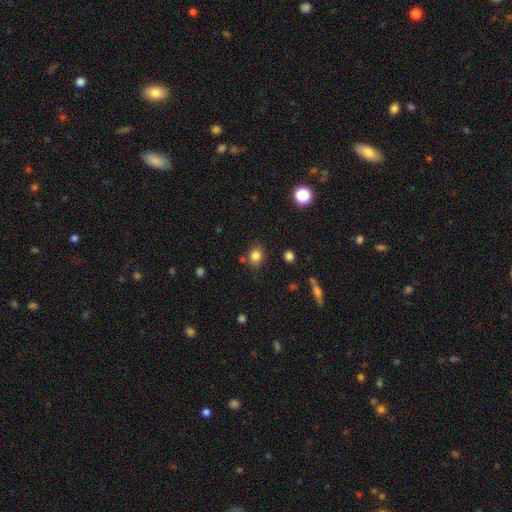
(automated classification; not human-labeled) Smooth or featured?
  - smooth: 82% *
  - star or artifact: 12%
  - featured or disk: 6%
How rounded?
  - round: 66% *
  - in between: 33%
  - cigar-shaped: 1%
Merging?
  - none: 78% *
  - minor disturbance: 12%
  - merger: 6%
  - major disturbance: 3%